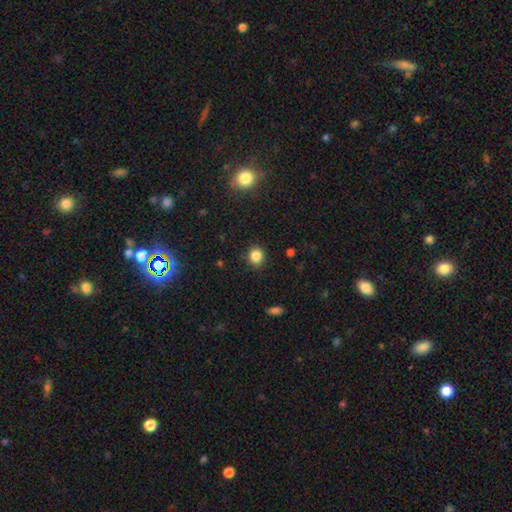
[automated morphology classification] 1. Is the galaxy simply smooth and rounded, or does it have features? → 84% smooth, 12% star or artifact, 4% featured or disk.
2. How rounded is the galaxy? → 81% round, 18% in between, 1% cigar-shaped.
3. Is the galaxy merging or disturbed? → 89% none, 8% minor disturbance, 2% major disturbance, 1% merger.